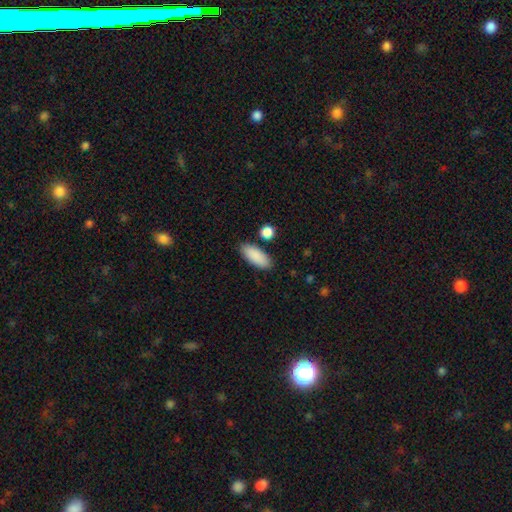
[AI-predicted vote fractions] The model was most divided on "how rounded": in between: 81%, cigar-shaped: 16%, round: 2%. More confident: smooth or featured — smooth (89%); merging — none (84%).